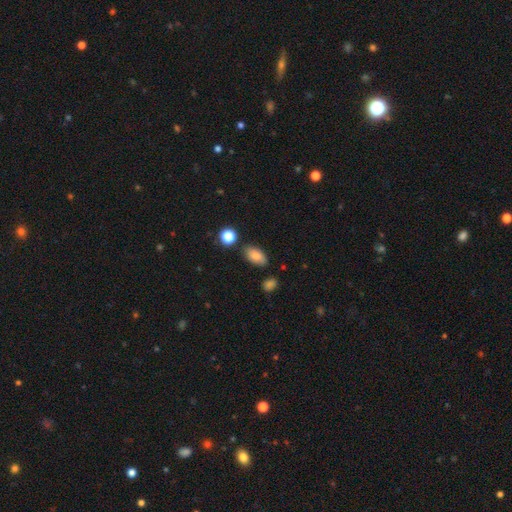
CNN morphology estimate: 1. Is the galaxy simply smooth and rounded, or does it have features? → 83% smooth, 9% star or artifact, 8% featured or disk.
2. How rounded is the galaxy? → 91% in between, 6% round, 3% cigar-shaped.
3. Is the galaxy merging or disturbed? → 81% none, 12% minor disturbance, 4% merger, 3% major disturbance.